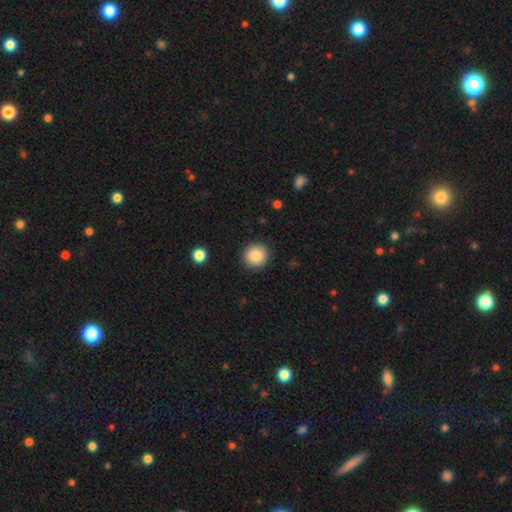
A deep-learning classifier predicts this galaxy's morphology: type=smooth (86%); roundness=round (93%); merging=none (91%).